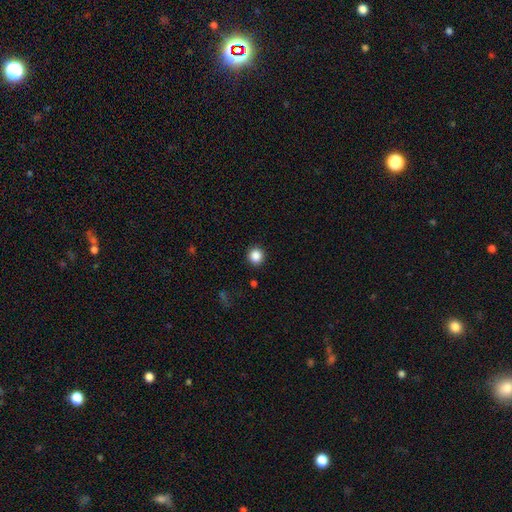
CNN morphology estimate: smooth-or-featured: smooth: 86% | star or artifact: 11% | featured or disk: 3%
  how-rounded: round: 93% | in between: 6% | cigar-shaped: 1%
  merging: none: 91% | minor disturbance: 5% | major disturbance: 2% | merger: 1%